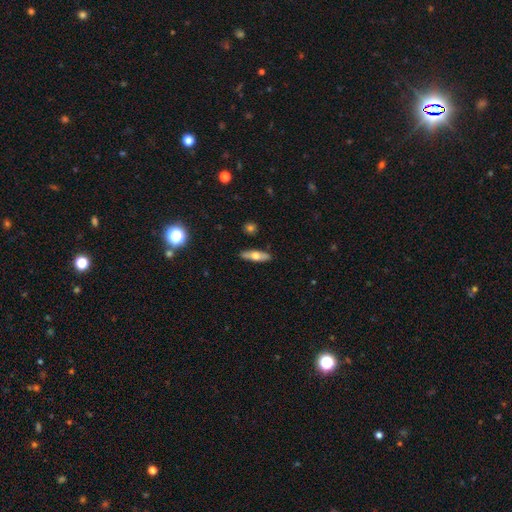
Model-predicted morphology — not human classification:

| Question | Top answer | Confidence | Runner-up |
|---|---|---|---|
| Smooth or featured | smooth | 56% | featured or disk (37%) |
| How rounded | cigar-shaped | 57% | in between (40%) |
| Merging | none | 88% | minor disturbance (9%) |